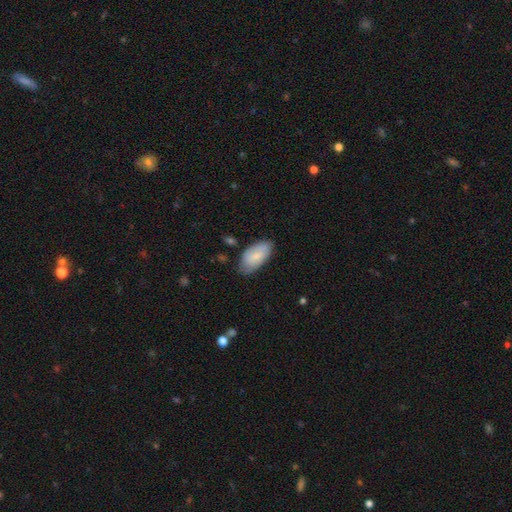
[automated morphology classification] smooth-or-featured: smooth: 74% | featured or disk: 20% | star or artifact: 6%
  how-rounded: in between: 93% | cigar-shaped: 5% | round: 2%
  merging: none: 71% | minor disturbance: 23% | major disturbance: 4% | merger: 2%